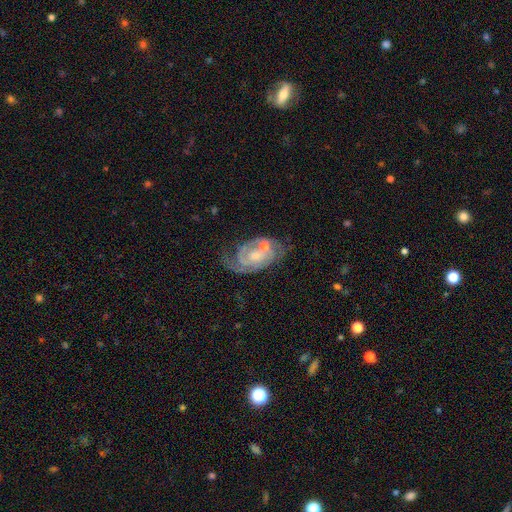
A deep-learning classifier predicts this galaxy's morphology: Smooth or featured: featured or disk — 85% (smooth — 8%)
Edge-on disk: no — 97% (yes — 3%)
Bar: no — 62% (weak — 30%)
Spiral arms: yes — 96% (no — 4%)
Spiral winding: tight — 61% (medium — 31%)
Spiral arm count: 2 — 59% (can't tell — 15%)
Bulge size: moderate — 47% (small — 44%)
Merging: none — 57% (minor disturbance — 18%)